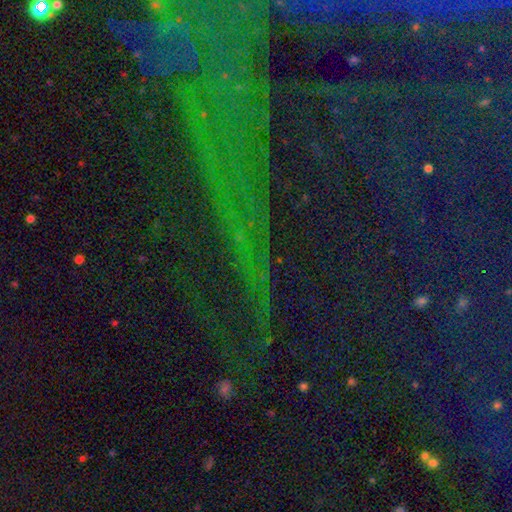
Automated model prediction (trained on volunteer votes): Smooth or featured?
  - star or artifact: 80% *
  - featured or disk: 11%
  - smooth: 10%